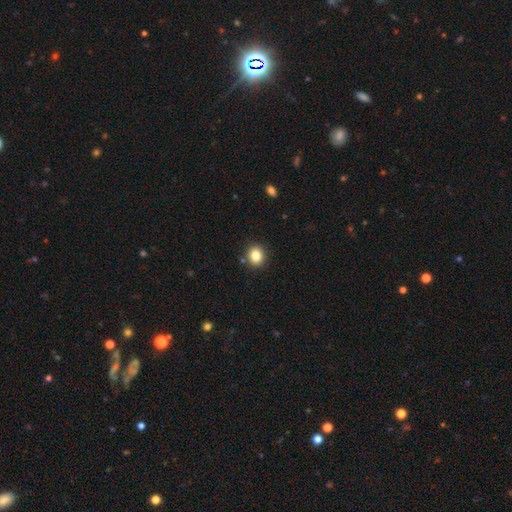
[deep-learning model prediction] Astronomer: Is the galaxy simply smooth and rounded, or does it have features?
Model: smooth — 83%.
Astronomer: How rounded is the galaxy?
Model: round — 76%.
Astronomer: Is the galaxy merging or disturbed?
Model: none — 88%.